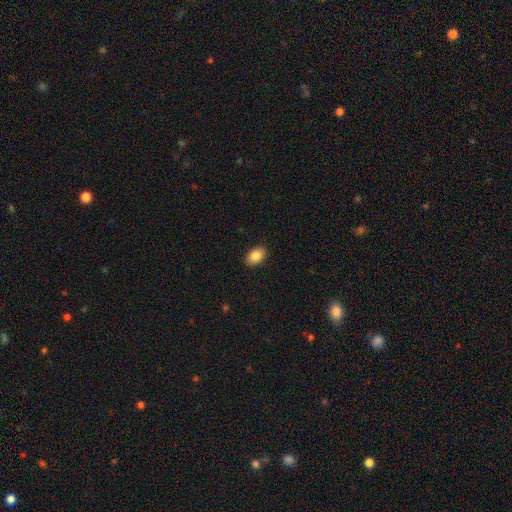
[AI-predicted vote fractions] A smooth galaxy with no disk features (85%) that is in between round and cigar-shaped (87%).

Vote fractions:
- Smooth or featured? smooth: 85% / star or artifact: 8% / featured or disk: 7%
- How rounded? in between: 87% / round: 12% / cigar-shaped: 1%
- Merging? none: 89% / minor disturbance: 8% / major disturbance: 2% / merger: 1%